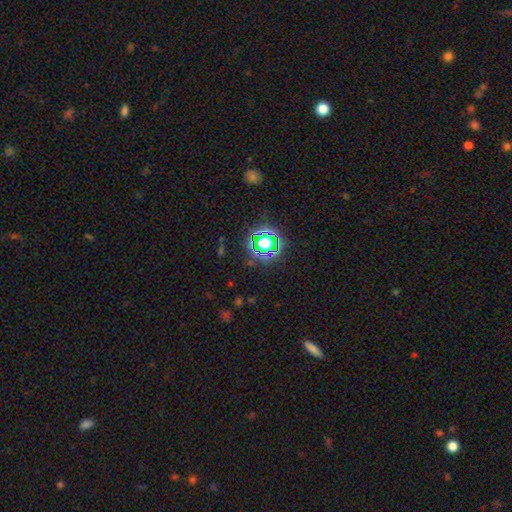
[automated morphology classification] This is likely a star or artifact rather than a galaxy (75%).